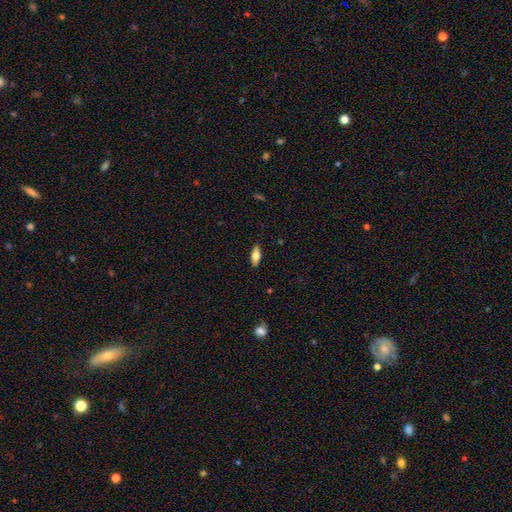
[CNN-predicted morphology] type=smooth (71%); roundness=in between (76%); merging=none (88%).